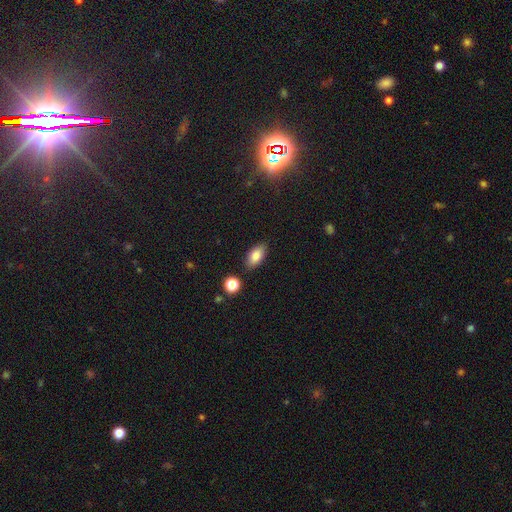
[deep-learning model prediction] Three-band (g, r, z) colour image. It shows a smooth galaxy with no disk features (83%) that is in between round and cigar-shaped (90%). Merging: none (84%).